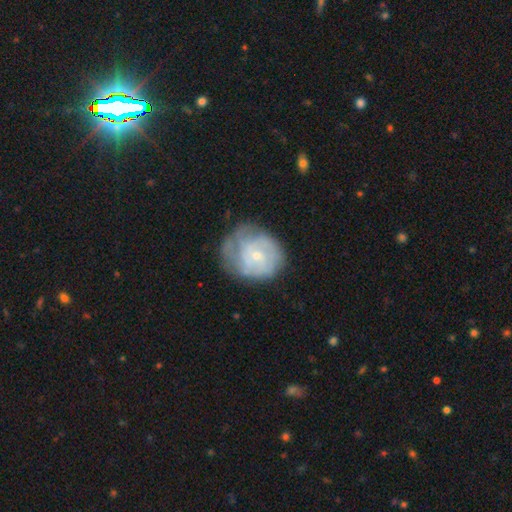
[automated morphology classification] This is likely a featured or disk galaxy (64%). It is clearly not viewed edge-on (98%). Bar: likely no (77%). Spiral arm pattern: likely yes (75%). Central bulge: likely small (71%). Merging: possibly none (55%).